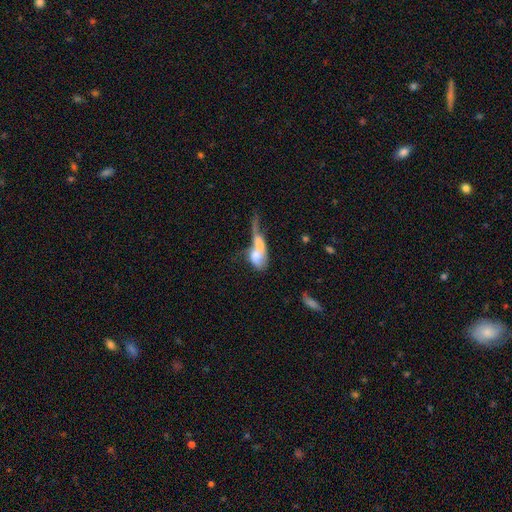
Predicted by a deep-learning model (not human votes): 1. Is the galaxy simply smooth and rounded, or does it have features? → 54% smooth, 38% featured or disk, 8% star or artifact.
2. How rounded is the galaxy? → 68% in between, 17% round, 15% cigar-shaped.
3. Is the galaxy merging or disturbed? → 74% merger, 13% major disturbance, 8% none, 5% minor disturbance.